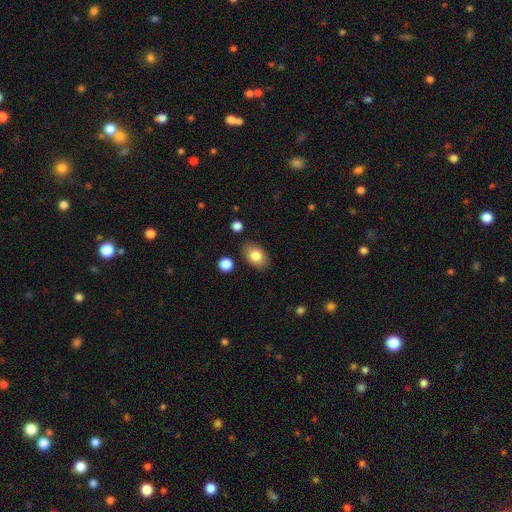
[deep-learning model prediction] Q: Smooth or featured?
A: smooth (82%); runner-up: featured or disk (10%)
Q: How rounded?
A: in between (84%); runner-up: round (14%)
Q: Merging?
A: none (82%); runner-up: minor disturbance (12%)